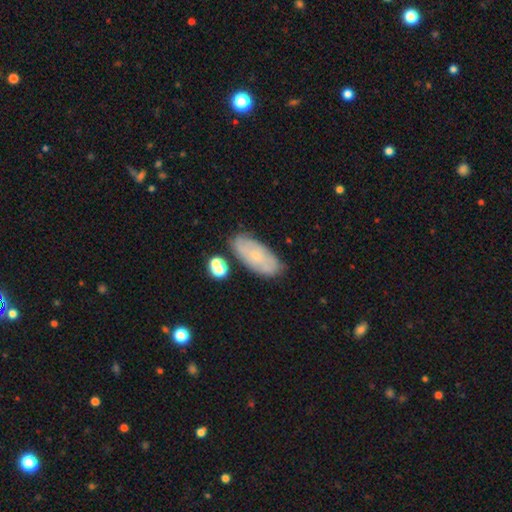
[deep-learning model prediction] Smooth or featured: smooth — 52% (featured or disk — 40%)
How rounded: in between — 88% (cigar-shaped — 9%)
Merging: none — 75% (minor disturbance — 16%)